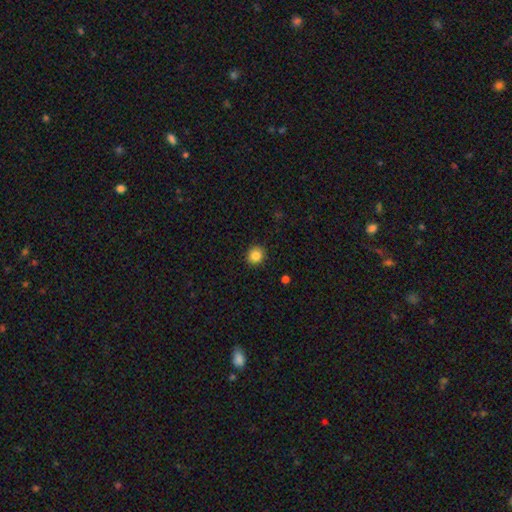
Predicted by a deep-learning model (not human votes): Q: Smooth or featured?
A: smooth (84%); runner-up: star or artifact (10%)
Q: How rounded?
A: round (86%); runner-up: in between (13%)
Q: Merging?
A: none (91%); runner-up: minor disturbance (6%)